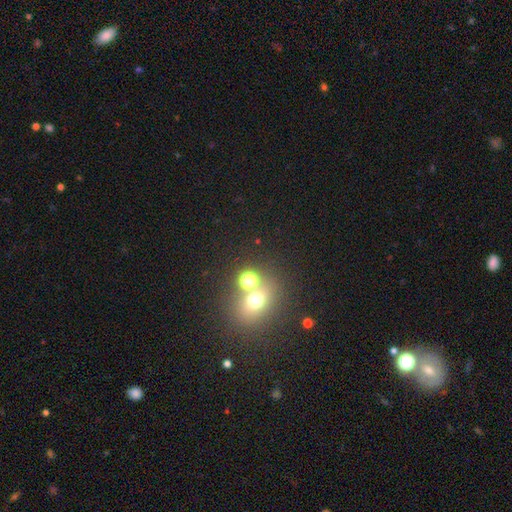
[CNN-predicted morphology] Overall: smooth (44%; star or artifact 43%). Merging: none (59%; merger 29%).